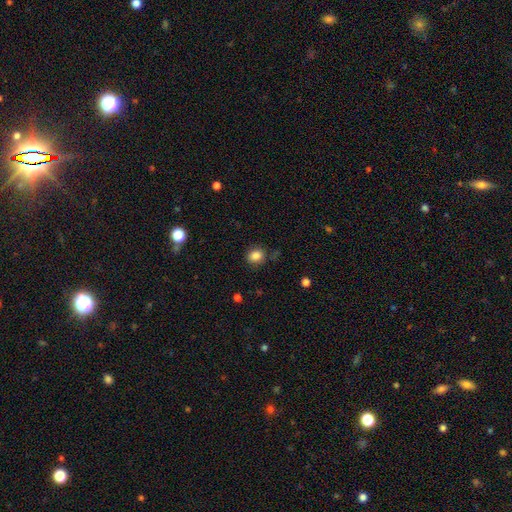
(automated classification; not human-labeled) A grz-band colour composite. It shows a smooth galaxy with no disk features (85%) that is round (57%). Merging: none (79%).